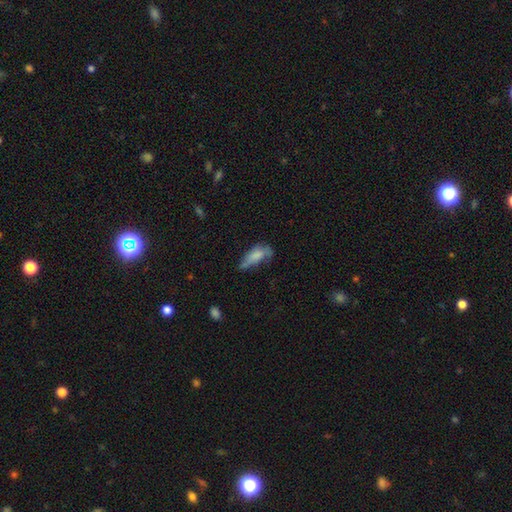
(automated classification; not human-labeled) Morphology: type=smooth (69%); roundness=in between (74%); merging=minor disturbance (36%).